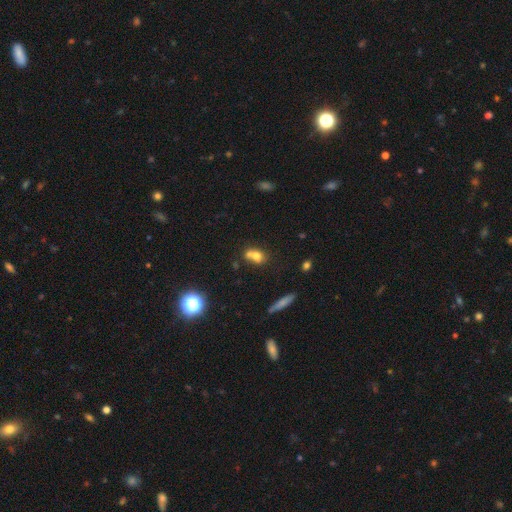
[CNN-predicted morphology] This appears to be a smooth galaxy with no disk features (67%) that is round (49%). Merging: merger (53%).